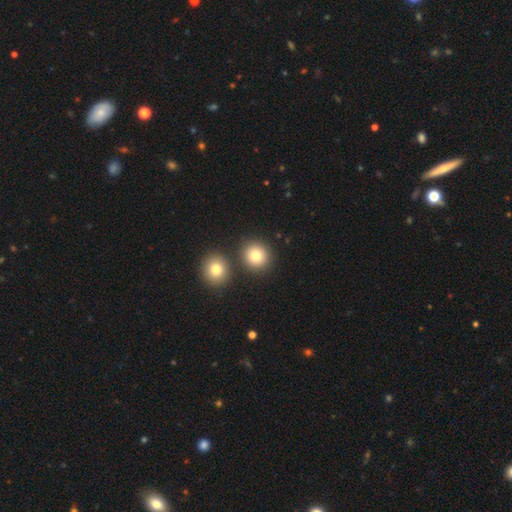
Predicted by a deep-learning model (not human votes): smooth-or-featured: smooth: 81% | star or artifact: 11% | featured or disk: 8%
  how-rounded: round: 90% | in between: 9% | cigar-shaped: 1%
  merging: none: 81% | merger: 11% | minor disturbance: 6% | major disturbance: 2%